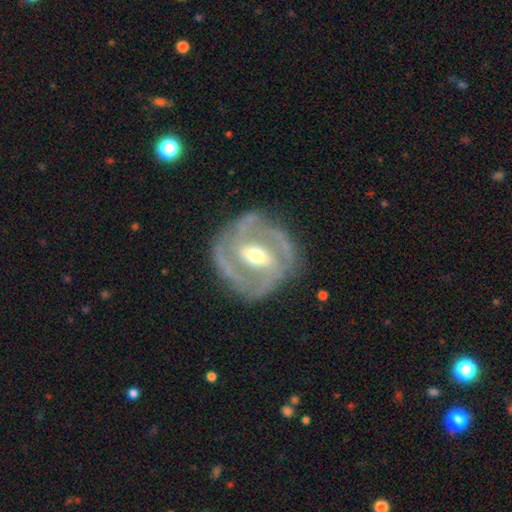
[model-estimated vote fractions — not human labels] Q: Smooth or featured?
A: featured or disk (86%); runner-up: smooth (9%)
Q: Edge-on disk?
A: no (96%); runner-up: yes (4%)
Q: Bar?
A: strong (45%); runner-up: weak (40%)
Q: Spiral arms?
A: yes (90%); runner-up: no (10%)
Q: Spiral winding?
A: tight (54%); runner-up: medium (36%)
Q: Spiral arm count?
A: 2 (55%); runner-up: 3 (19%)
Q: Bulge size?
A: moderate (68%); runner-up: small (26%)
Q: Merging?
A: none (77%); runner-up: minor disturbance (15%)